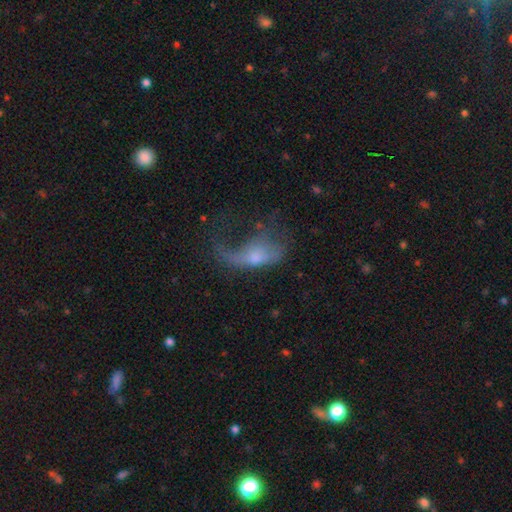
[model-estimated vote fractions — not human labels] This appears to be a featured or disk galaxy (49%). Merging: major disturbance (61%).